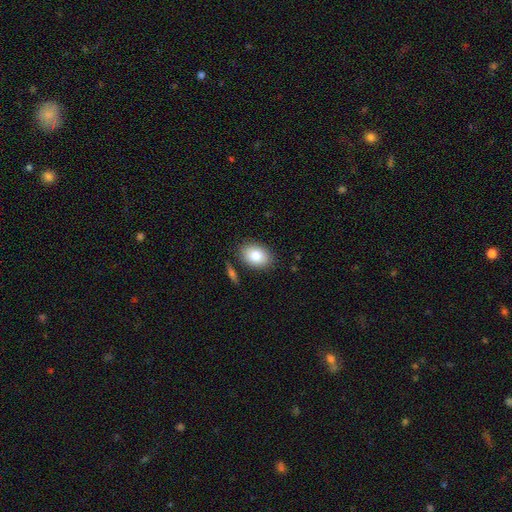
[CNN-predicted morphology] The model was most divided on "how rounded": in between: 78%, round: 21%, cigar-shaped: 1%. More confident: merging — none (83%); smooth or featured — smooth (81%).